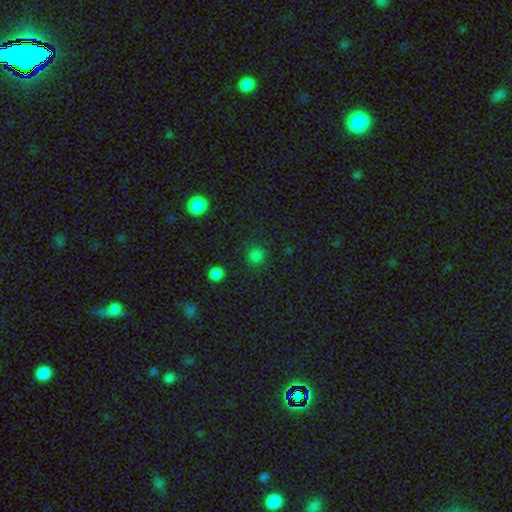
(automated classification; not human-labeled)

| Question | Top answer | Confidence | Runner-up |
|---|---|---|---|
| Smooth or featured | smooth | 76% | star or artifact (20%) |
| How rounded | round | 88% | in between (11%) |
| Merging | none | 84% | minor disturbance (10%) |